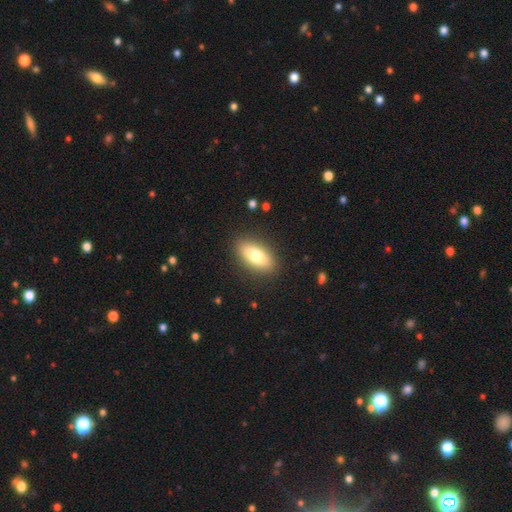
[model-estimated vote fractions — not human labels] Morphology: type=smooth (75%); roundness=in between (83%); merging=none (87%).